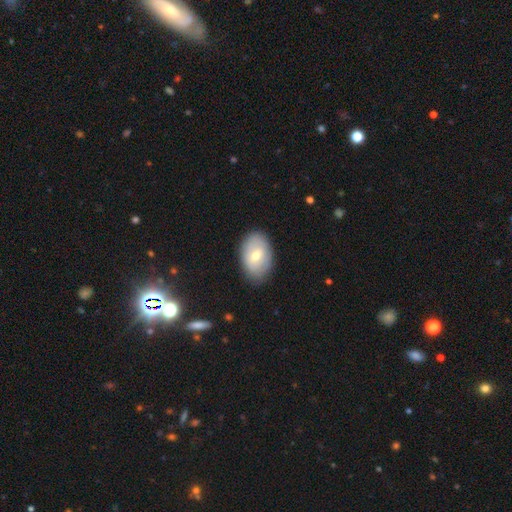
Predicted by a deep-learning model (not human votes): This appears to be a smooth galaxy with no disk features (54%) that is in between round and cigar-shaped (89%). Merging: none (82%).